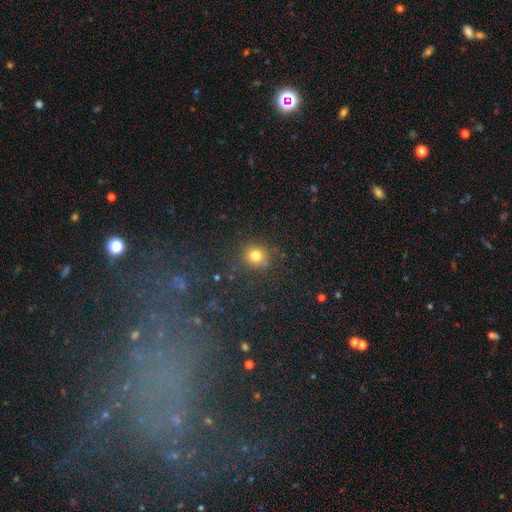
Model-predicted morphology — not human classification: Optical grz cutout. It shows a smooth galaxy with no disk features (77%) that is round (89%). Merging: none (83%).